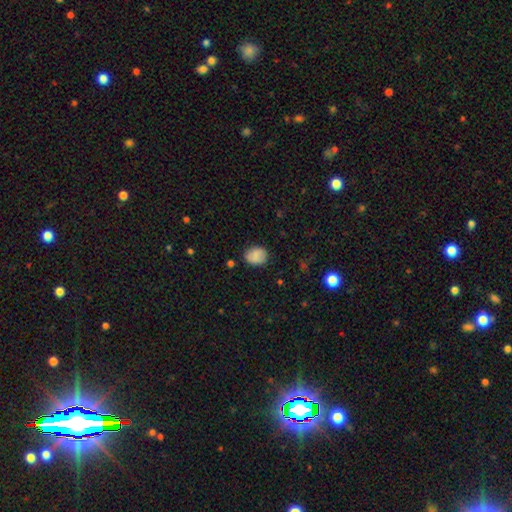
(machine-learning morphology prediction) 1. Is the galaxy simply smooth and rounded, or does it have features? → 84% smooth, 8% star or artifact, 8% featured or disk.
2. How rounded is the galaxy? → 51% in between, 48% round, 1% cigar-shaped.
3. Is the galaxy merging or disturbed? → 80% none, 15% minor disturbance, 3% major disturbance, 2% merger.